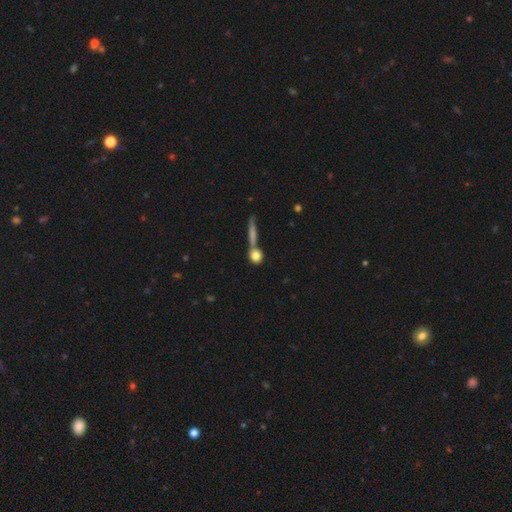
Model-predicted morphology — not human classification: Smooth or featured? smooth (77%)
How rounded? round (74%)
Merging? none (56%)